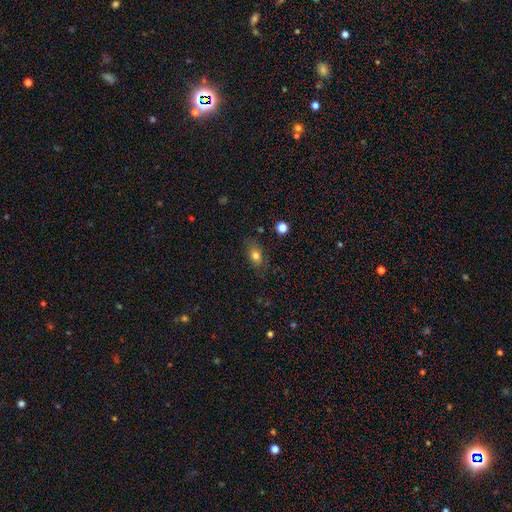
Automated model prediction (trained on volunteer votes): A smooth galaxy with no disk features (78%) that is in between round and cigar-shaped (75%).

Vote fractions:
- Smooth or featured? smooth: 78% / featured or disk: 11% / star or artifact: 11%
- How rounded? in between: 75% / round: 21% / cigar-shaped: 4%
- Merging? none: 77% / minor disturbance: 17% / major disturbance: 5% / merger: 2%